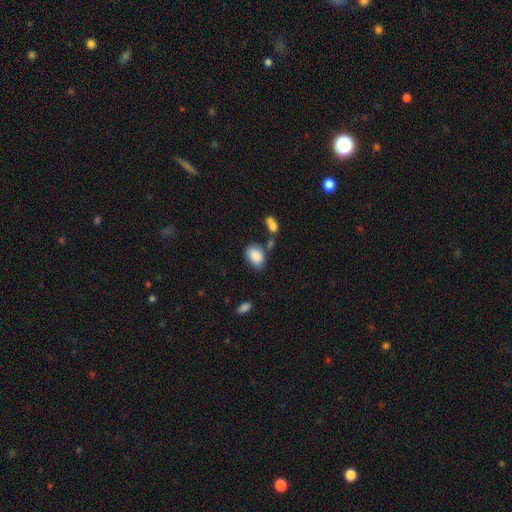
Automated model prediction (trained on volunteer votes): This is clearly a smooth galaxy (87%). How rounded: clearly in between (85%). Merging: likely none (63%).